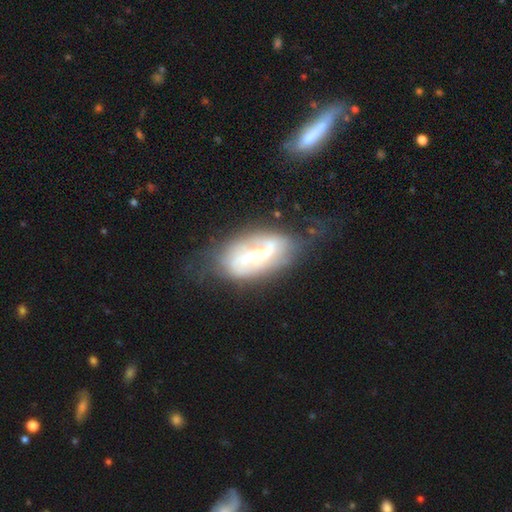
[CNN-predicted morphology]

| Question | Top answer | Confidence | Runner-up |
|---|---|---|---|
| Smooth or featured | featured or disk | 73% | smooth (20%) |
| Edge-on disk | no | 94% | yes (6%) |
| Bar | weak | 42% | strong (31%) |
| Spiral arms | yes | 84% | no (16%) |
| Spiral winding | medium | 40% | loose (35%) |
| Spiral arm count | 2 | 71% | can't tell (17%) |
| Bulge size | small | 50% | moderate (31%) |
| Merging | none | 54% | minor disturbance (26%) |